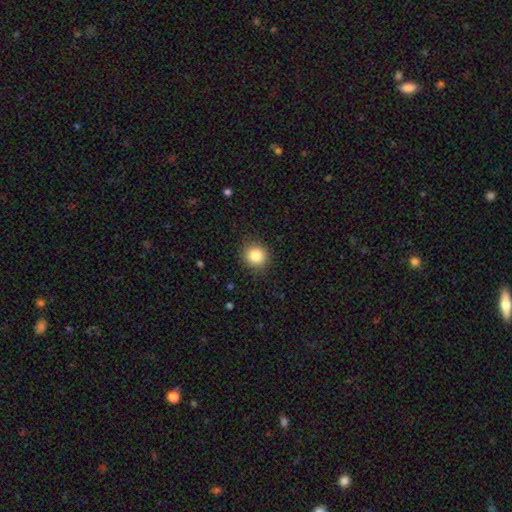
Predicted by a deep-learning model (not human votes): A smooth galaxy with no disk features (84%) that is round (90%). Merging: none (89%).